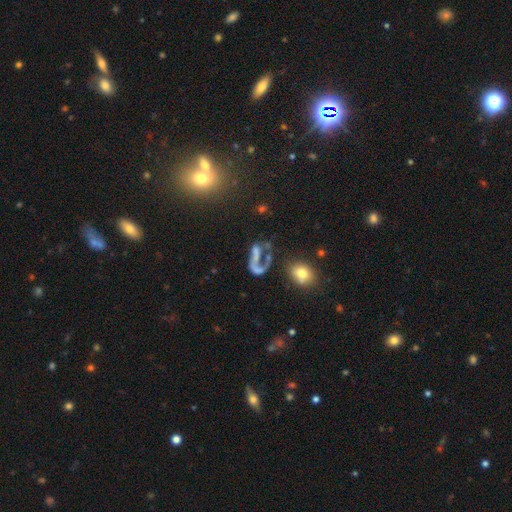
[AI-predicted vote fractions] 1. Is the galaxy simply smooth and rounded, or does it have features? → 55% featured or disk, 29% smooth, 16% star or artifact.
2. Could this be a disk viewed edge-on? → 95% no, 5% yes.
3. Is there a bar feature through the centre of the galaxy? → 73% no, 16% weak, 11% strong.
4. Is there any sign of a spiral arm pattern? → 57% no, 43% yes.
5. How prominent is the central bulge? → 61% none, 20% small, 13% moderate, 4% large, 3% dominant.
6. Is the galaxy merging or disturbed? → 45% major disturbance, 23% merger, 22% none, 10% minor disturbance.